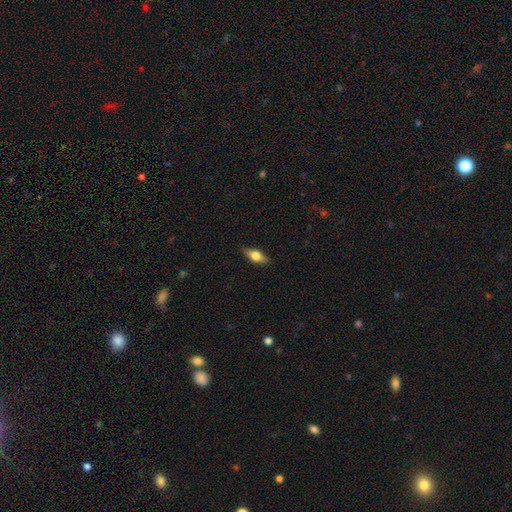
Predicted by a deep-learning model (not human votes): Morphology: type=smooth (64%); roundness=in between (78%); merging=none (85%).